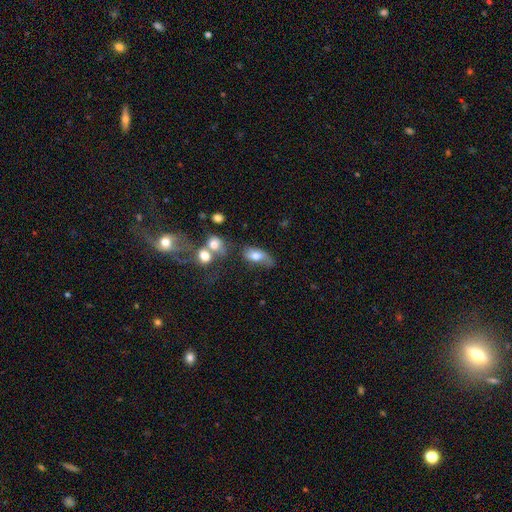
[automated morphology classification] This appears to be a smooth galaxy with no disk features (69%) that is in between round and cigar-shaped (87%). Merging: none (37%).